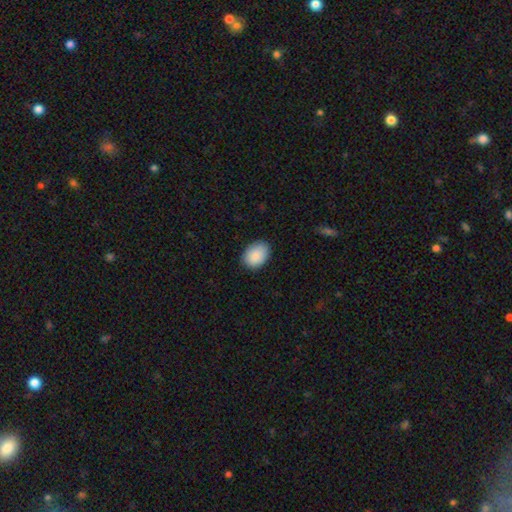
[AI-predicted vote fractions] Overall: smooth (90%). How rounded: in between (78%). Merging: none (84%).